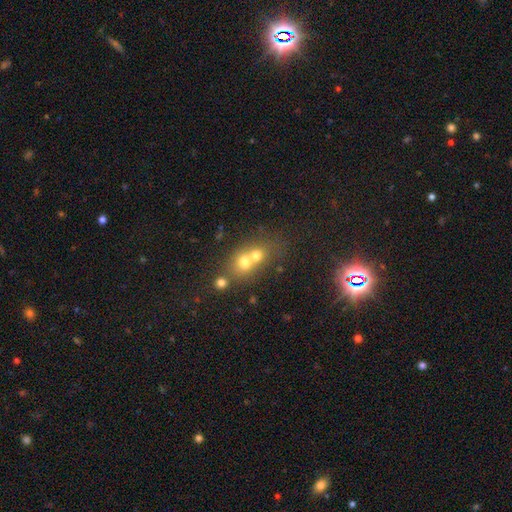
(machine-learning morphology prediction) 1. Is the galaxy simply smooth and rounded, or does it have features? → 67% smooth, 19% featured or disk, 14% star or artifact.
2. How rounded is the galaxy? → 68% round, 30% in between, 2% cigar-shaped.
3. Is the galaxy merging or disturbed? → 65% merger, 26% none, 5% minor disturbance, 3% major disturbance.